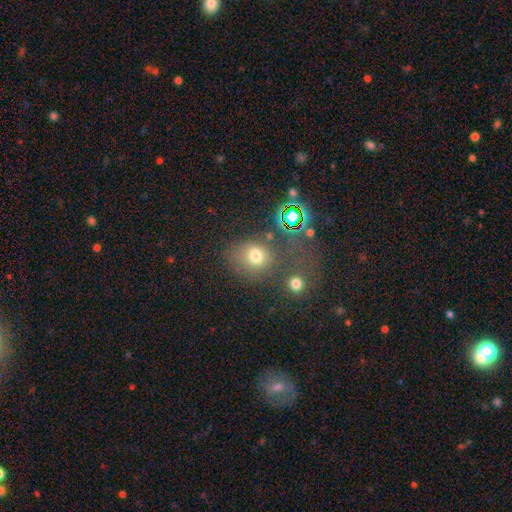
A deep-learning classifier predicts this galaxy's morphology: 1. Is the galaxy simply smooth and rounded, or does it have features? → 68% smooth, 21% star or artifact, 11% featured or disk.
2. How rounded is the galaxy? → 67% round, 32% in between, 1% cigar-shaped.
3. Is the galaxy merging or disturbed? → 62% none, 14% minor disturbance, 14% merger, 10% major disturbance.